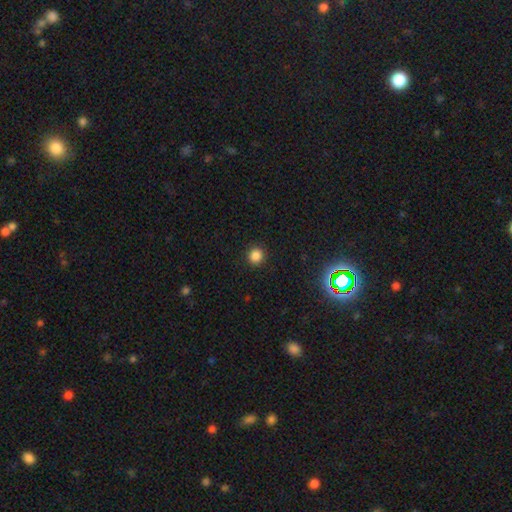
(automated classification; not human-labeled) Overall: smooth (85%). How rounded: round (92%). Merging: none (92%).